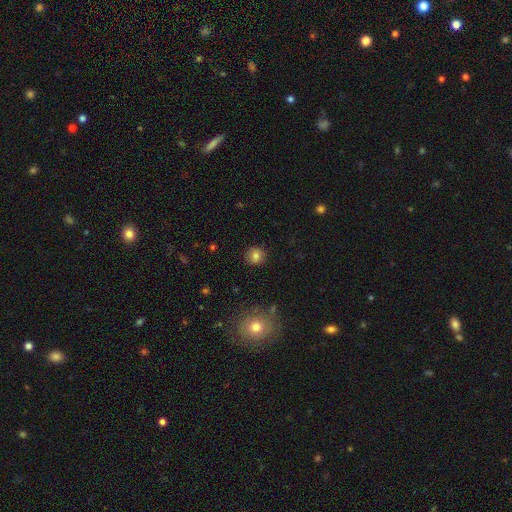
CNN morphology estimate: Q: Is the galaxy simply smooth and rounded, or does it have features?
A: smooth — 81%.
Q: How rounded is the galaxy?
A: round — 86%.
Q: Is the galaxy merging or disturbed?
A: none — 88%.